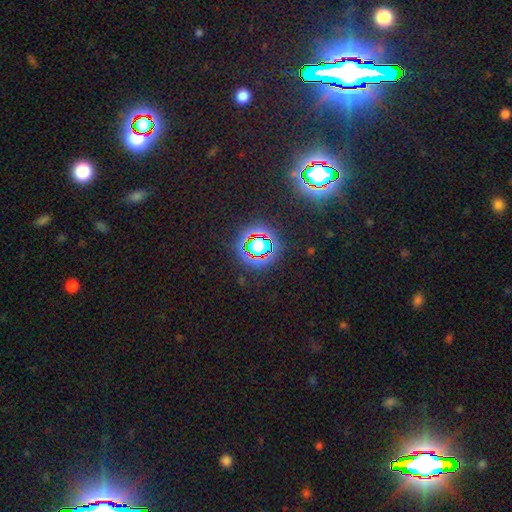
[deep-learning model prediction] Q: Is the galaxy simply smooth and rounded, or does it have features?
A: star or artifact — 77%.